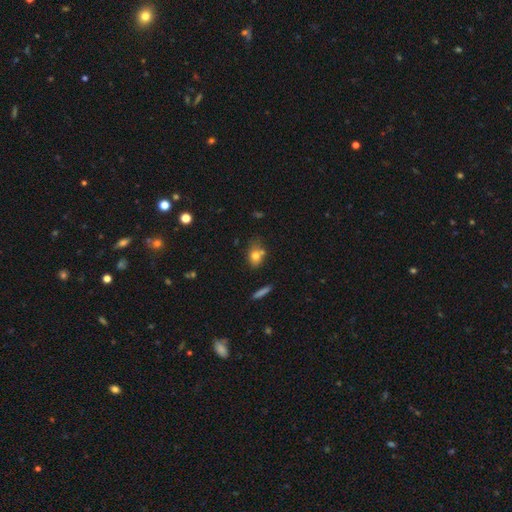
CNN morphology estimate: The model was most divided on "how rounded": in between: 59%, round: 38%, cigar-shaped: 3%. More confident: smooth or featured — smooth (73%); merging — none (54%).